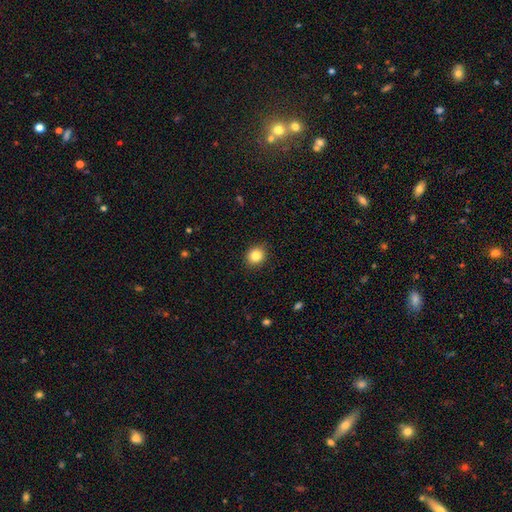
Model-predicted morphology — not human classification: This appears to be a smooth galaxy with no disk features (84%) that is round (77%). Merging: none (89%).